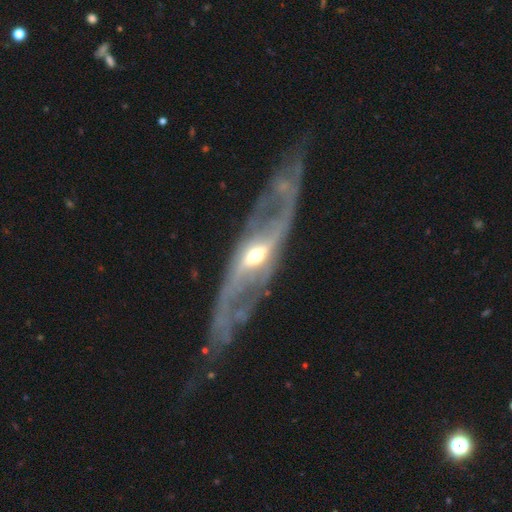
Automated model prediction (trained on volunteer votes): Smooth or featured? featured or disk (84%)
Edge-on disk? no (69%)
Bar? no (36%)
Spiral arms? yes (61%)
Bulge size? moderate (70%)
Merging? none (65%)